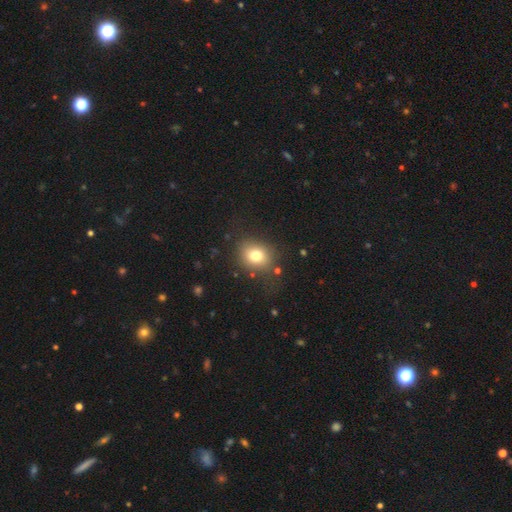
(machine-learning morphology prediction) Smooth or featured? Predicted: smooth (p=0.76). How rounded? Predicted: round (p=0.64). Merging? Predicted: none (p=0.77).